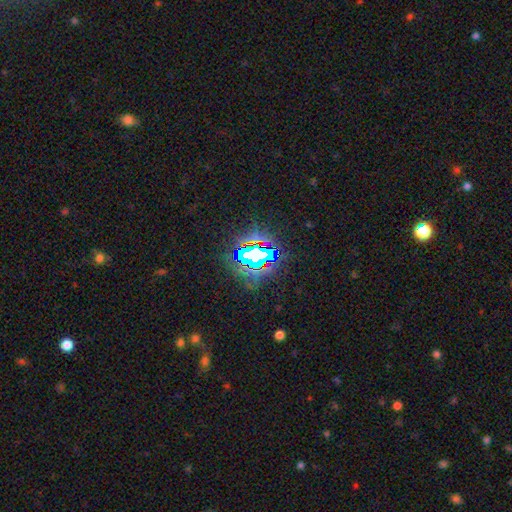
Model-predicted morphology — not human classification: Smooth or featured?
  - star or artifact: 73% *
  - smooth: 14%
  - featured or disk: 13%